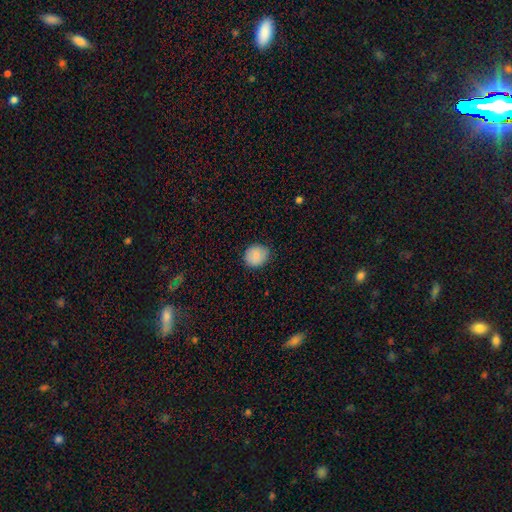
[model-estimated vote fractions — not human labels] This is clearly a smooth galaxy (82%). How rounded: likely round (71%). Merging: clearly none (80%).